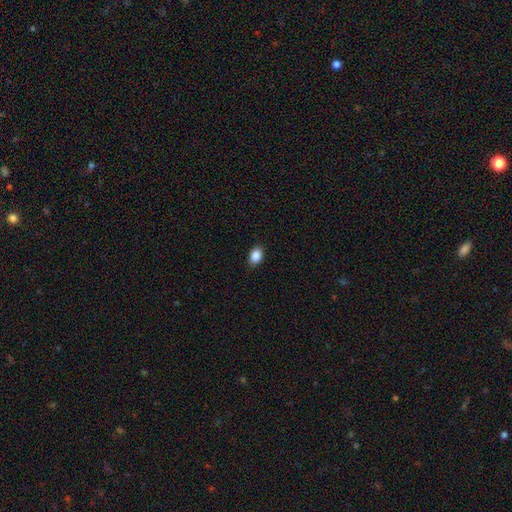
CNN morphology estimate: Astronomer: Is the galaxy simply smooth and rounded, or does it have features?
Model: smooth — 88%.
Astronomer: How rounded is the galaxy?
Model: in between — 81%.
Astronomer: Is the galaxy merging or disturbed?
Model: none — 87%.